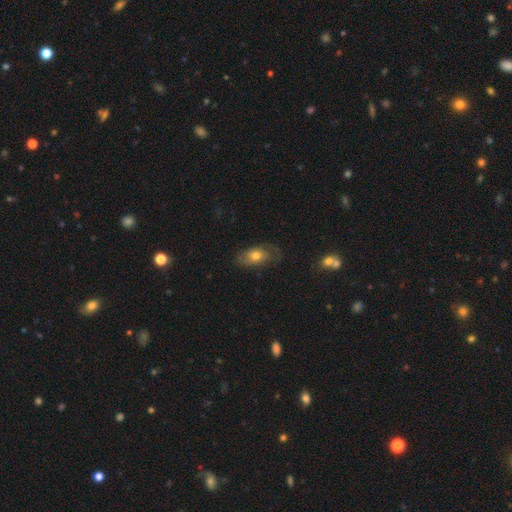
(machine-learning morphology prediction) smooth_or_featured: smooth (p=0.61) [alt: featured or disk p=0.31]
how_rounded: in between (p=0.86) [alt: round p=0.09]
merging: none (p=0.63) [alt: minor disturbance p=0.25]